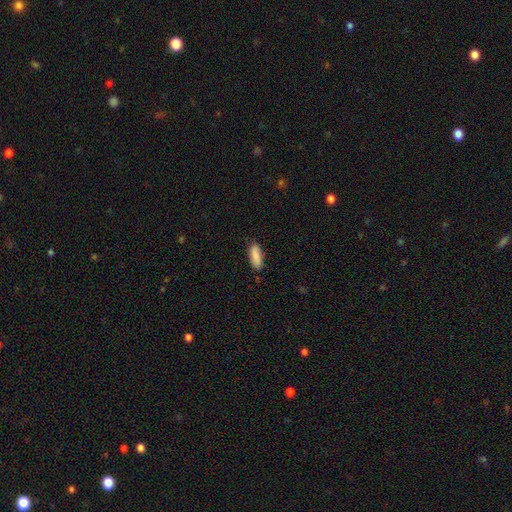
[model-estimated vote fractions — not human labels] This appears to be a smooth galaxy with no disk features (89%) that is in between round and cigar-shaped (65%). Merging: none (84%).